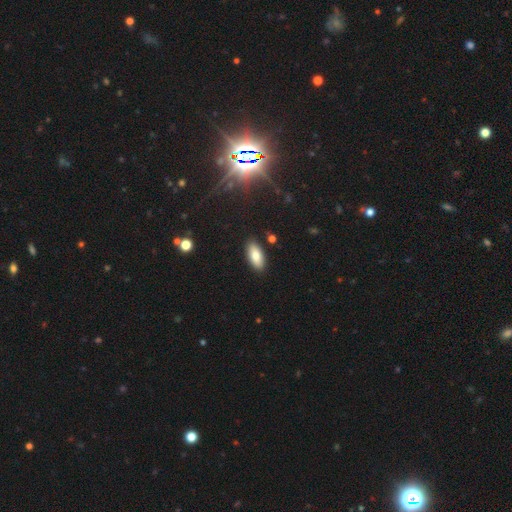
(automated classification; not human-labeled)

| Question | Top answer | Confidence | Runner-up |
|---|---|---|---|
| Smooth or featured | smooth | 82% | featured or disk (11%) |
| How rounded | in between | 87% | cigar-shaped (10%) |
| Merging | none | 87% | minor disturbance (9%) |